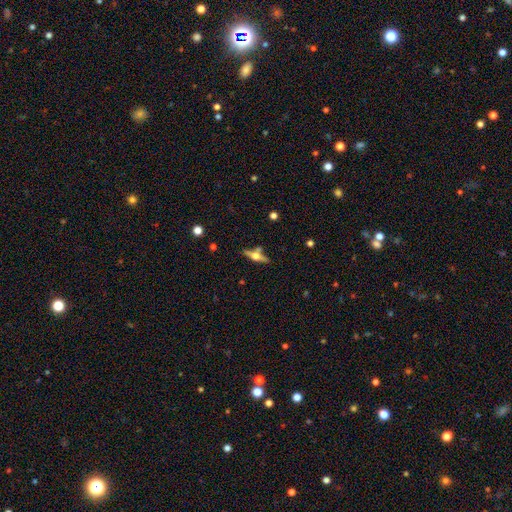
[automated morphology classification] type=featured or disk (67%); edge-on=yes (95%); edge-on bulge=rounded (93%); merging=none (69%).